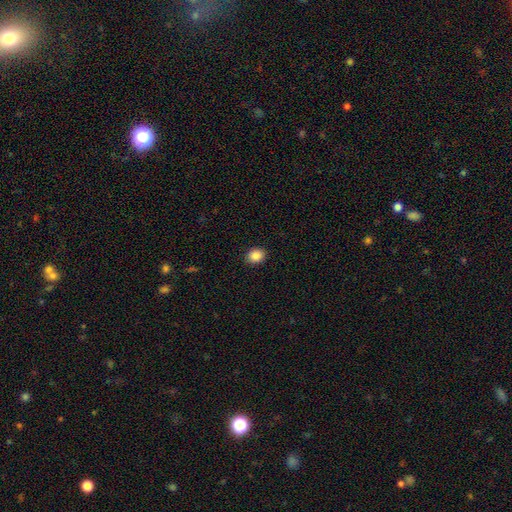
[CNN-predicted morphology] The model was most divided on "how rounded": round: 54%, in between: 45%, cigar-shaped: 1%. More confident: merging — none (90%); smooth or featured — smooth (88%).